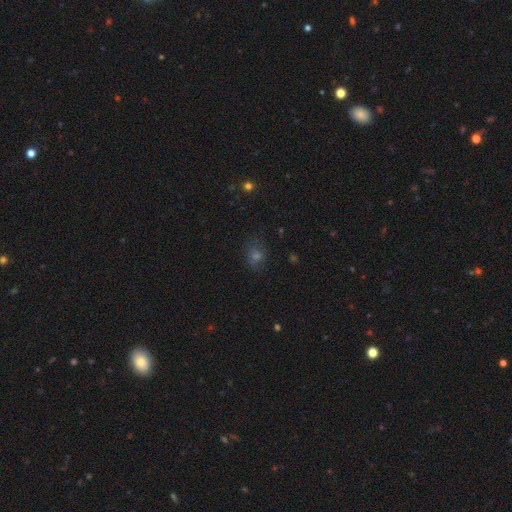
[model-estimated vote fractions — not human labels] smooth-or-featured: smooth: 56% | star or artifact: 31% | featured or disk: 13%
  how-rounded: round: 50% | in between: 48% | cigar-shaped: 2%
  merging: none: 76% | minor disturbance: 17% | major disturbance: 6% | merger: 2%